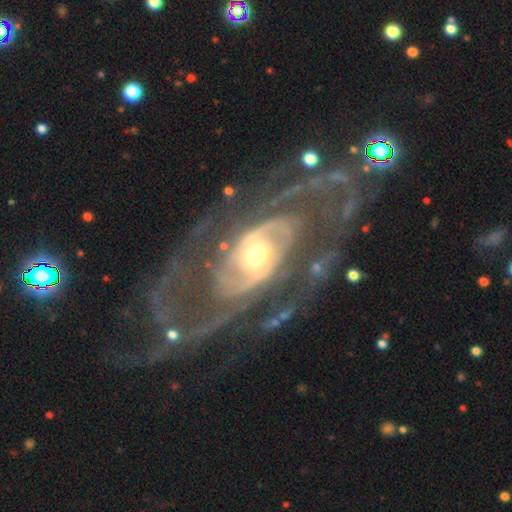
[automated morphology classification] Smooth or featured? featured or disk (90%)
Edge-on disk? no (94%)
Bar? no (46%)
Spiral arms? yes (92%)
Spiral winding? tight (44%)
Spiral arm count? 2 (58%)
Bulge size? moderate (57%)
Merging? none (67%)